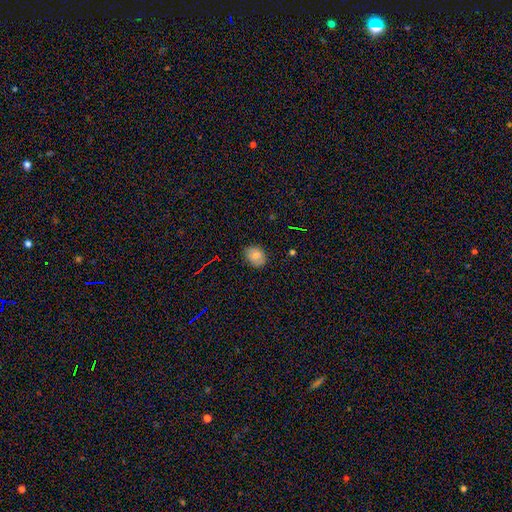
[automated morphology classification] smooth_or_featured: smooth (p=0.81) [alt: star or artifact p=0.11]
how_rounded: in between (p=0.57) [alt: round p=0.42]
merging: none (p=0.84) [alt: minor disturbance p=0.12]